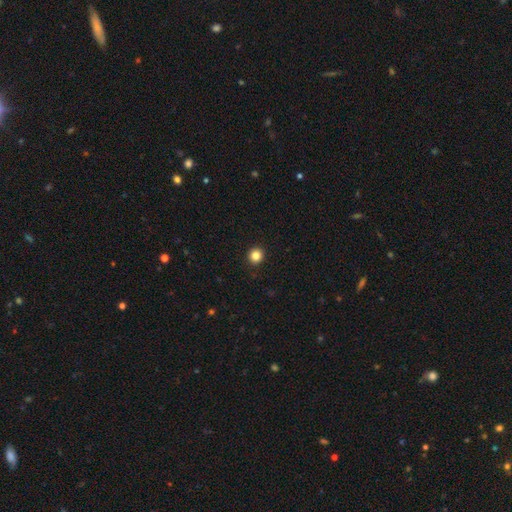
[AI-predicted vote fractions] This appears to be a smooth galaxy with no disk features (84%) that is round (92%). Merging: none (93%).